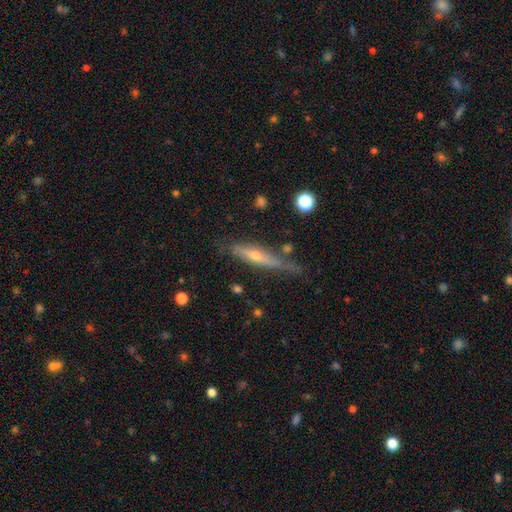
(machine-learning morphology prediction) A featured or disk galaxy (60%) viewed edge-on (90%) with a rounded central bulge (74%). Merging: none (65%).